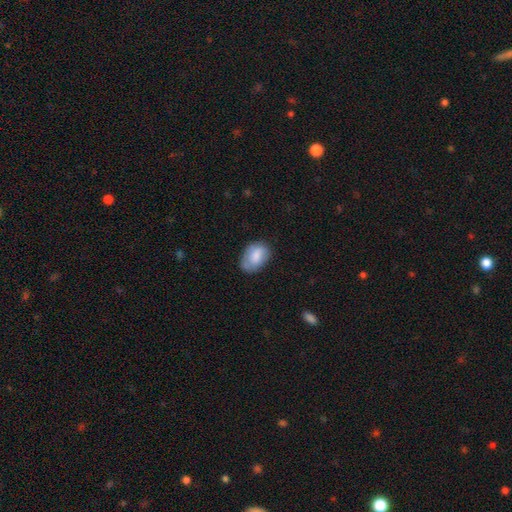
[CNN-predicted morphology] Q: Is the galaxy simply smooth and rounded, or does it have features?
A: smooth — 78%.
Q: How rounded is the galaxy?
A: in between — 86%.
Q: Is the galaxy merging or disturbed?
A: none — 63%.